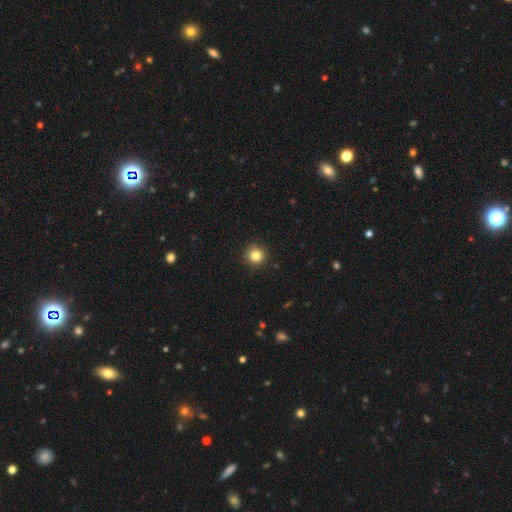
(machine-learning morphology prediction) The model was most divided on "smooth or featured": smooth: 83%, star or artifact: 12%, featured or disk: 5%. More confident: how rounded — round (95%); merging — none (92%).